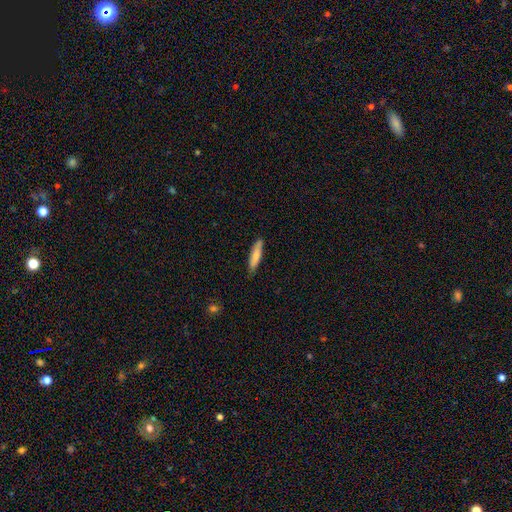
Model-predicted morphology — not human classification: smooth 77%, featured or disk 17%, star or artifact 6%. Down the decision tree: how rounded — cigar-shaped (80%); merging — none (83%).